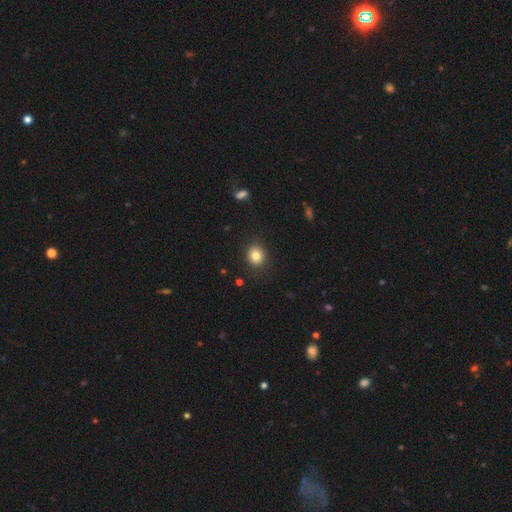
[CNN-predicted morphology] Smooth or featured? Predicted: smooth (p=0.82). How rounded? Predicted: round (p=0.73). Merging? Predicted: none (p=0.88).